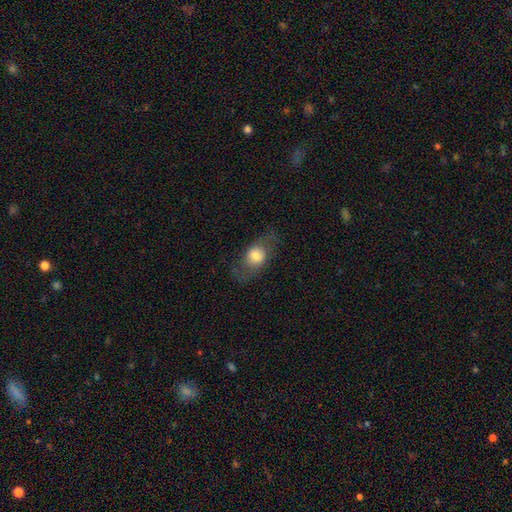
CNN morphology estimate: This appears to be a smooth galaxy with no disk features (64%) that is in between round and cigar-shaped (57%). Merging: none (70%).